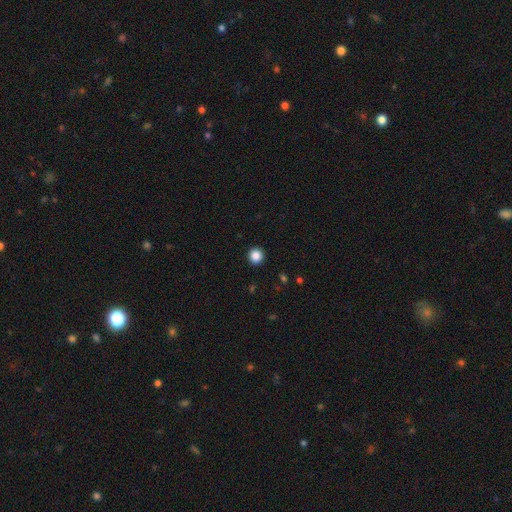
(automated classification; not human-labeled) A smooth galaxy with no disk features (86%) that is round (95%).

Vote fractions:
- Smooth or featured? smooth: 86% / star or artifact: 11% / featured or disk: 3%
- How rounded? round: 95% / in between: 4% / cigar-shaped: 1%
- Merging? none: 94% / minor disturbance: 4% / major disturbance: 1% / merger: 1%